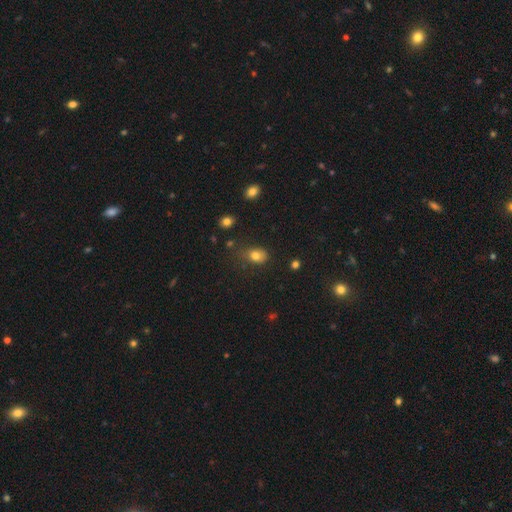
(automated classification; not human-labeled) Smooth or featured?
  - smooth: 78% *
  - star or artifact: 12%
  - featured or disk: 10%
How rounded?
  - in between: 70% *
  - round: 28%
  - cigar-shaped: 2%
Merging?
  - none: 59% *
  - minor disturbance: 28%
  - major disturbance: 10%
  - merger: 3%